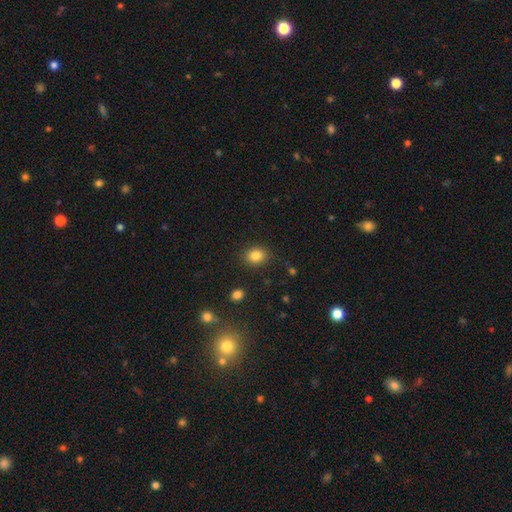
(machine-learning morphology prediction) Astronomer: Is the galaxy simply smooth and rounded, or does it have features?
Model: smooth — 84%.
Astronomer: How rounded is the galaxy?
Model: round — 56% (runner-up: in between, 43%).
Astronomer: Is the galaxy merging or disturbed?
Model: none — 87%.